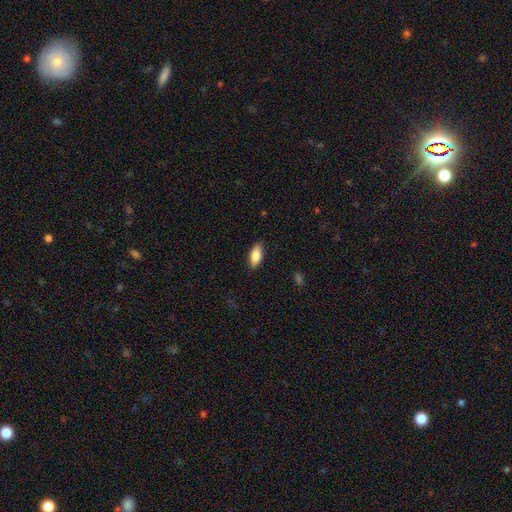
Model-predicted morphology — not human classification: This appears to be a smooth galaxy with no disk features (84%) that is in between round and cigar-shaped (87%). Merging: none (87%).